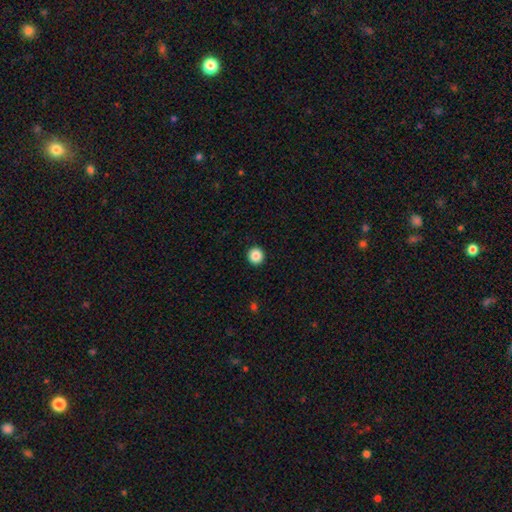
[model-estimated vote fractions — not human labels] Q: Smooth or featured?
A: smooth (87%); runner-up: star or artifact (9%)
Q: How rounded?
A: round (95%); runner-up: in between (4%)
Q: Merging?
A: none (94%); runner-up: minor disturbance (4%)